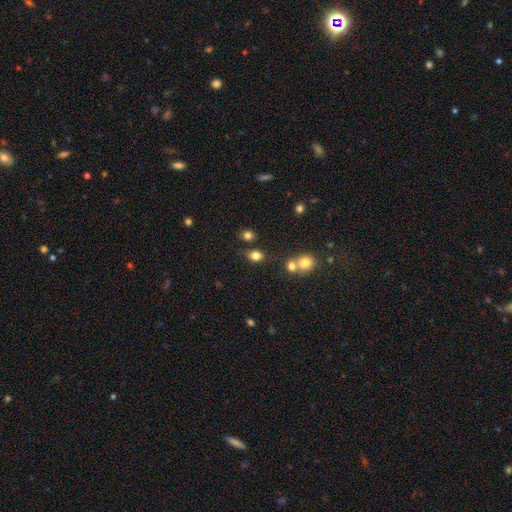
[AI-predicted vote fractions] smooth_or_featured: smooth (p=0.80) [alt: star or artifact p=0.13]
how_rounded: in between (p=0.60) [alt: round p=0.38]
merging: none (p=0.70) [alt: merger p=0.13]